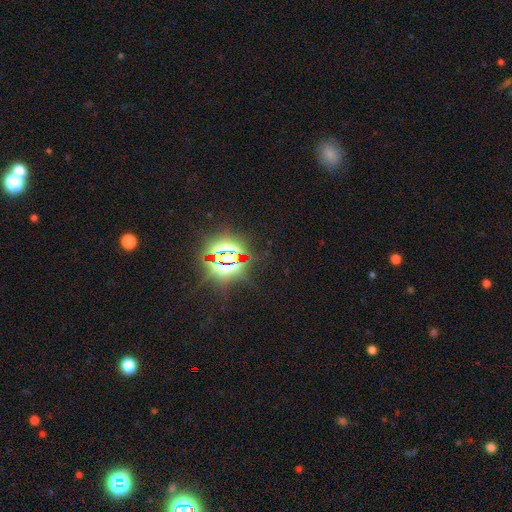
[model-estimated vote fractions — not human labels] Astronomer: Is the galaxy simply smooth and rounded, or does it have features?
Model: star or artifact — 83%.